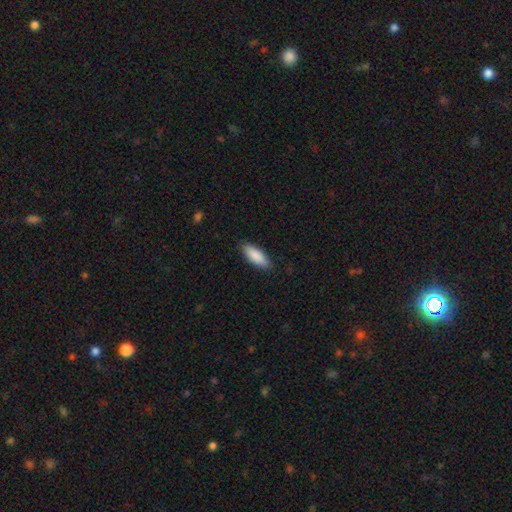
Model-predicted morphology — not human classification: A smooth galaxy with no disk features (88%) that is in between round and cigar-shaped (69%).

Vote fractions:
- Smooth or featured? smooth: 88% / featured or disk: 6% / star or artifact: 5%
- How rounded? in between: 69% / cigar-shaped: 29% / round: 2%
- Merging? none: 86% / minor disturbance: 11% / major disturbance: 2% / merger: 1%